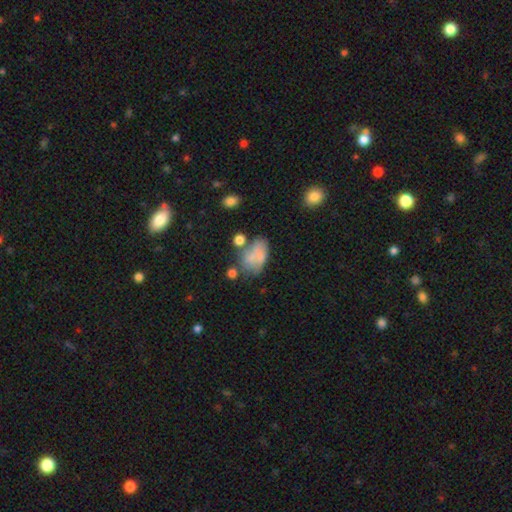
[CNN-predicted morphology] This is likely a smooth galaxy (61%). How rounded: clearly in between (85%). Merging: marginally none (32%).